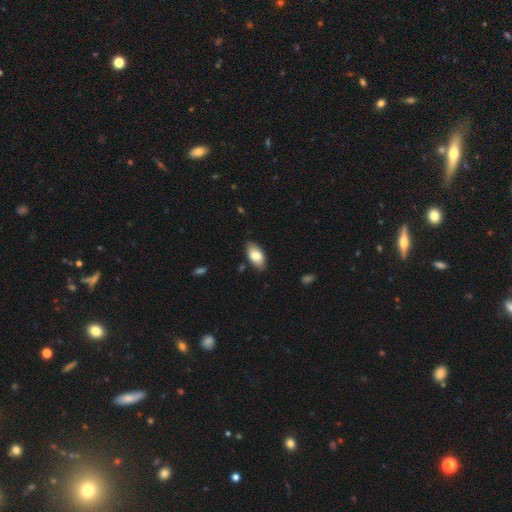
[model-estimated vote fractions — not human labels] Smooth or featured?
  - smooth: 79% *
  - featured or disk: 15%
  - star or artifact: 6%
How rounded?
  - in between: 94% *
  - cigar-shaped: 3%
  - round: 3%
Merging?
  - none: 83% *
  - minor disturbance: 14%
  - major disturbance: 2%
  - merger: 1%